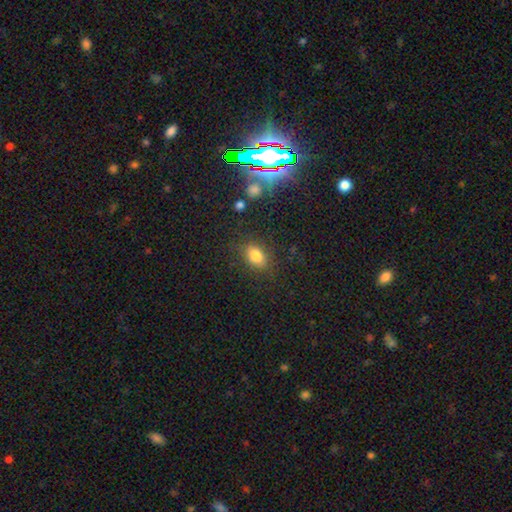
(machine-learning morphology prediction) Q: Smooth or featured?
A: smooth (80%); runner-up: star or artifact (12%)
Q: How rounded?
A: in between (78%); runner-up: round (20%)
Q: Merging?
A: none (82%); runner-up: minor disturbance (12%)